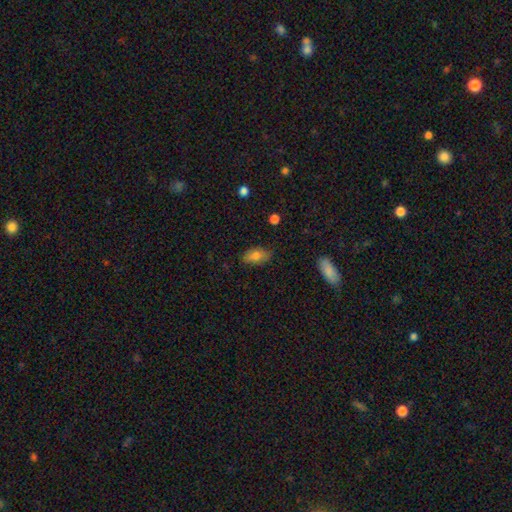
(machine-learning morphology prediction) type=smooth (80%); roundness=in between (90%); merging=none (77%).